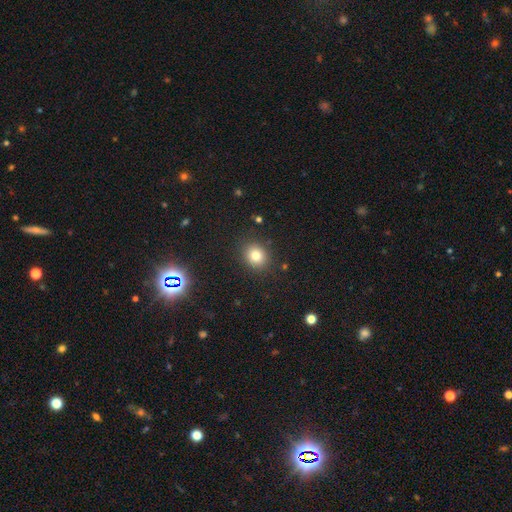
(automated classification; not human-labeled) smooth-or-featured: smooth: 79% | star or artifact: 14% | featured or disk: 8%
  how-rounded: round: 71% | in between: 28% | cigar-shaped: 1%
  merging: none: 87% | minor disturbance: 8% | major disturbance: 3% | merger: 2%